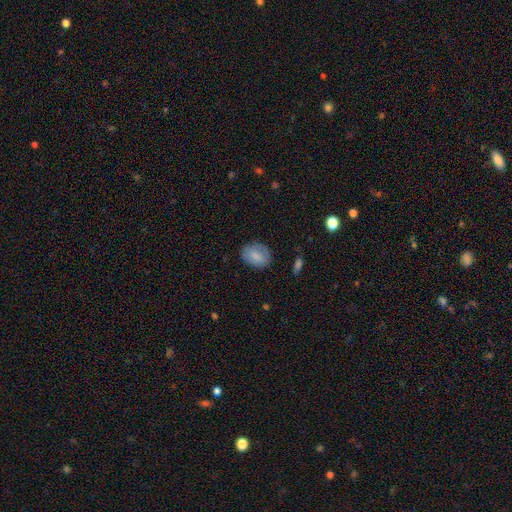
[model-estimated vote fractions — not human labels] smooth 78%, featured or disk 15%, star or artifact 7%. Down the decision tree: how rounded — in between (70%); merging — none (77%).